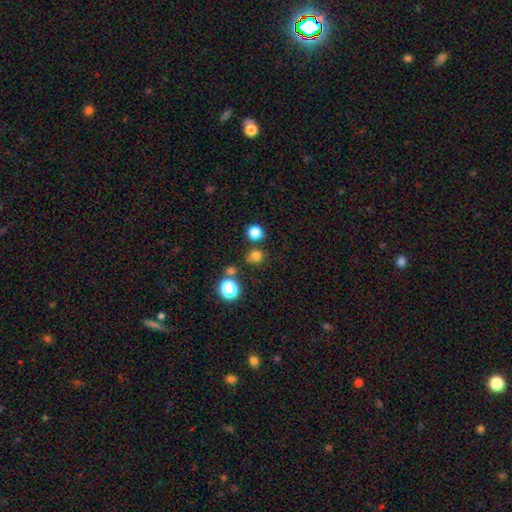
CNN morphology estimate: Smooth or featured? smooth (75%)
How rounded? round (88%)
Merging? none (77%)